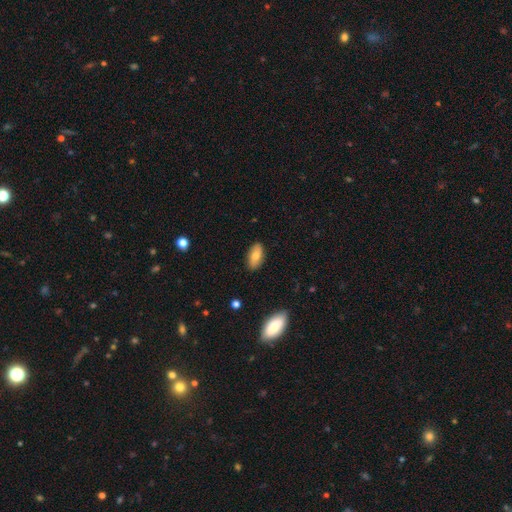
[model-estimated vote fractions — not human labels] Smooth or featured?
  - smooth: 78% *
  - featured or disk: 15%
  - star or artifact: 7%
How rounded?
  - in between: 90% *
  - cigar-shaped: 8%
  - round: 3%
Merging?
  - none: 87% *
  - minor disturbance: 10%
  - major disturbance: 2%
  - merger: 1%